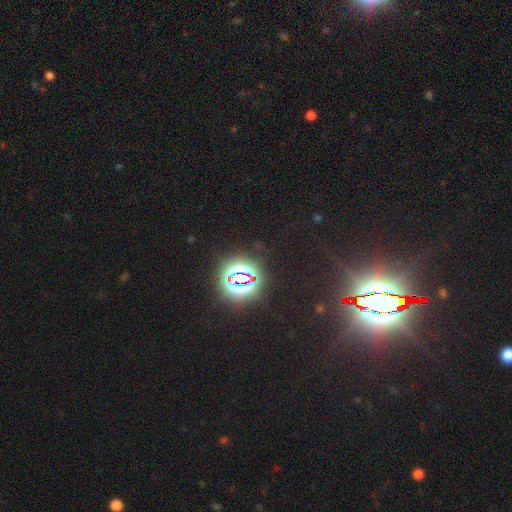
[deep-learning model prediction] A star or artifact, not a galaxy (84%).

Vote fractions:
- Smooth or featured? star or artifact: 84% / smooth: 10% / featured or disk: 7%